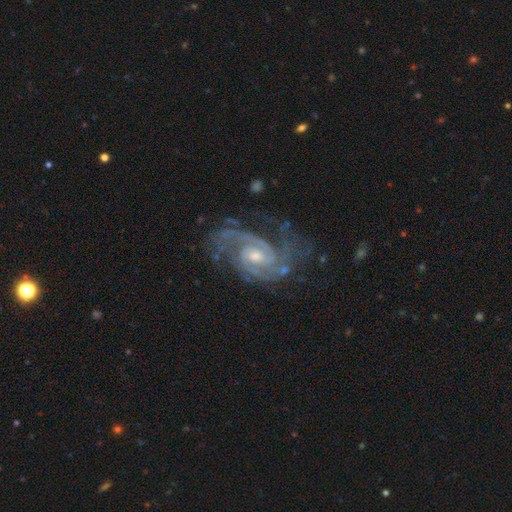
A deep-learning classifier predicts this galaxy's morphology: A featured or disk galaxy (92%) with no bar (47%), 2 (66%) tight (49%) spiral arms (98%) and a moderate central bulge (52%).

Vote fractions:
- Smooth or featured? featured or disk: 92% / star or artifact: 5% / smooth: 3%
- Edge-on disk? no: 98% / yes: 2%
- Bar? no: 47% / weak: 43% / strong: 10%
- Spiral arms? yes: 98% / no: 2%
- Spiral winding? tight: 49% / medium: 44% / loose: 7%
- Spiral arm count? 2: 66% / 3: 15% / can't tell: 8% / 4: 4% / 1: 3% / more than 4: 3%
- Bulge size? moderate: 52% / small: 43% / large: 3% / none: 2% / dominant: 1%
- Merging? none: 66% / minor disturbance: 20% / major disturbance: 11% / merger: 2%